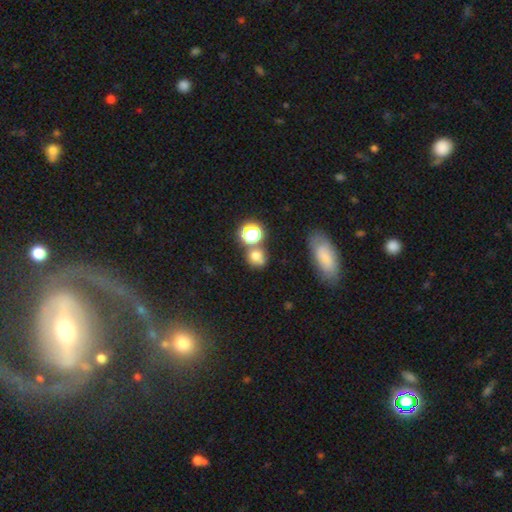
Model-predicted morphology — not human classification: smooth-or-featured: smooth: 70% | star or artifact: 19% | featured or disk: 10%
  how-rounded: round: 77% | in between: 22% | cigar-shaped: 1%
  merging: none: 59% | merger: 23% | minor disturbance: 12% | major disturbance: 6%